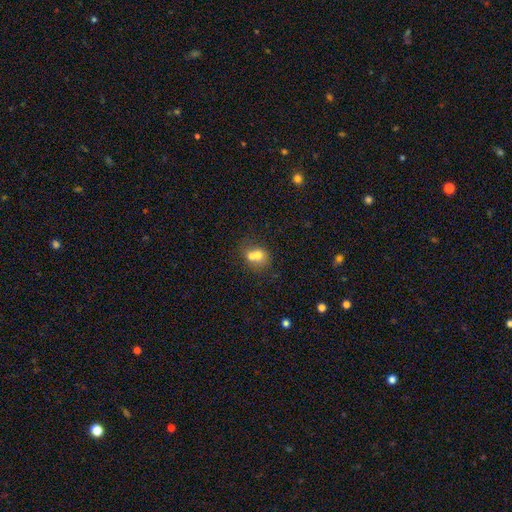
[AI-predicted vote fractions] smooth_or_featured: smooth (p=0.67) [alt: featured or disk p=0.22]
how_rounded: round (p=0.67) [alt: in between p=0.32]
merging: merger (p=0.62) [alt: none p=0.27]